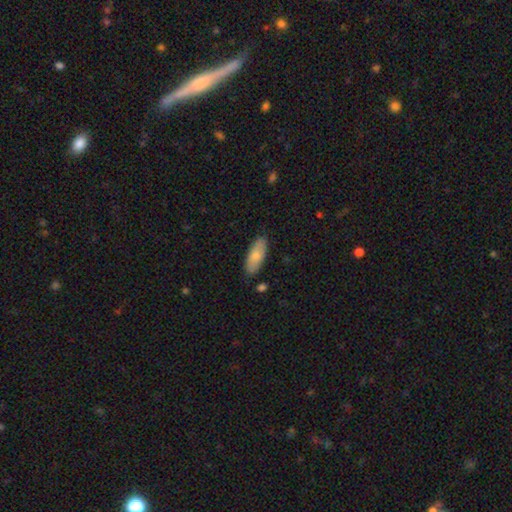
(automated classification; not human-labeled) smooth-or-featured: smooth: 80% | featured or disk: 15% | star or artifact: 6%
  how-rounded: in between: 80% | cigar-shaped: 18% | round: 2%
  merging: none: 85% | minor disturbance: 11% | major disturbance: 2% | merger: 2%